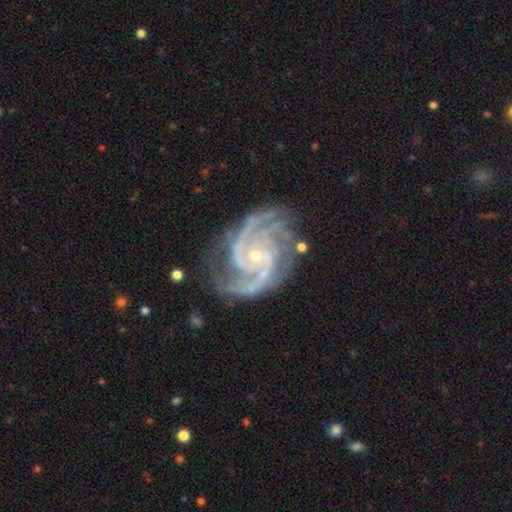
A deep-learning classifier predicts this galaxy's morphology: smooth-or-featured: featured or disk: 93% | star or artifact: 5% | smooth: 2%
  disk-edge-on: no: 98% | yes: 2%
    bar: no: 67% | weak: 24% | strong: 9%
    has-spiral-arms: yes: 99% | no: 1%
      spiral-winding: tight: 52% | medium: 43% | loose: 5%
      spiral-arm-count: 3: 37% | 2: 26% | 4: 15% | can't tell: 9% | more than 4: 7% | 1: 6%
    bulge-size: small: 80% | moderate: 17% | none: 1% | large: 1% | dominant: 1%
  merging: none: 72% | minor disturbance: 18% | major disturbance: 7% | merger: 2%